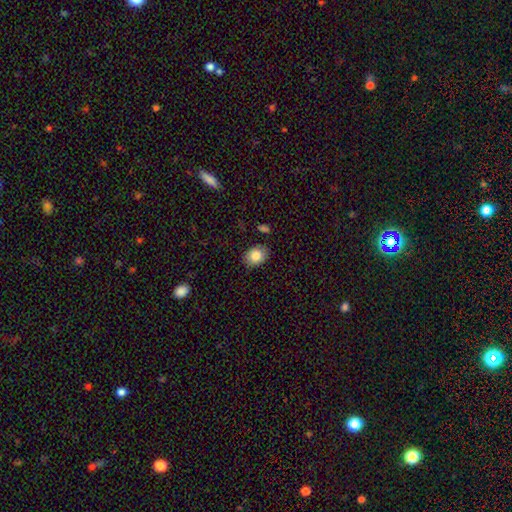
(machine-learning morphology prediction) Smooth or featured: smooth — 83% (featured or disk — 9%)
How rounded: in between — 65% (round — 35%)
Merging: none — 85% (minor disturbance — 11%)